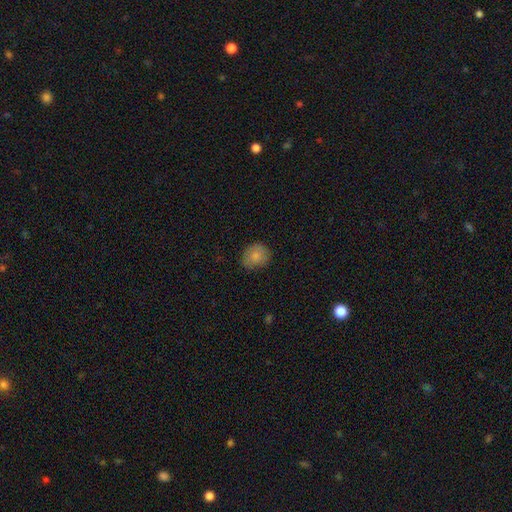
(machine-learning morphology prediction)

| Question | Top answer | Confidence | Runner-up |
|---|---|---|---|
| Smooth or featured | smooth | 84% | star or artifact (9%) |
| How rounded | round | 62% | in between (37%) |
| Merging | none | 76% | minor disturbance (19%) |